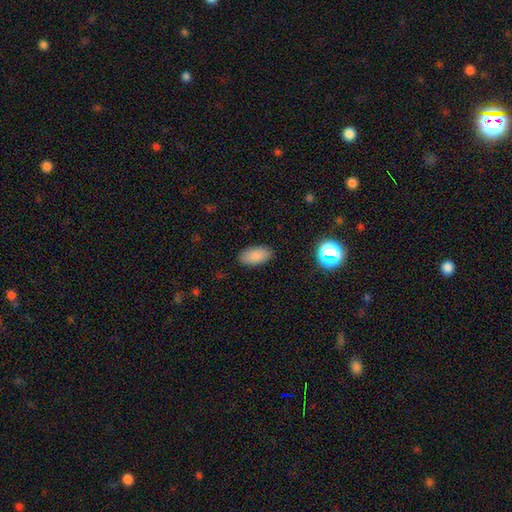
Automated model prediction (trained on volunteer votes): smooth 85%, star or artifact 9%, featured or disk 5%. Down the decision tree: how rounded — in between (93%); merging — none (87%).